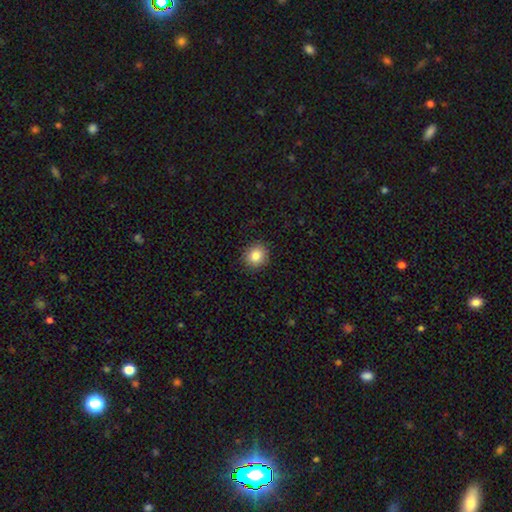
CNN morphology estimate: This is clearly a smooth galaxy (84%). How rounded: clearly round (84%). Merging: clearly none (90%).